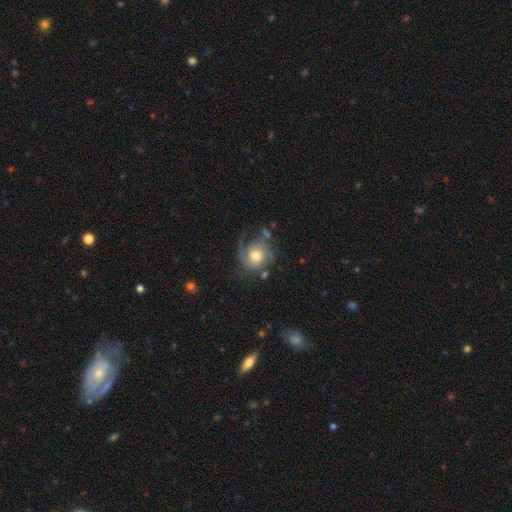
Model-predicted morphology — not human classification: Smooth or featured? Predicted: featured or disk (p=0.65). Edge-on disk? Predicted: no (p=0.98). Bar? Predicted: no (p=0.76). Spiral arms? Predicted: yes (p=0.90). Spiral winding? Predicted: medium (p=0.39). Spiral arm count? Predicted: 2 (p=0.40). Bulge size? Predicted: moderate (p=0.55). Merging? Predicted: none (p=0.52).